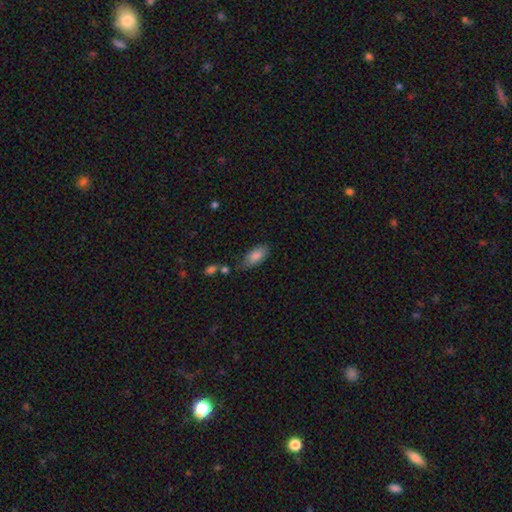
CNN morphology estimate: This is clearly a smooth galaxy (84%). How rounded: clearly in between (89%). Merging: likely none (60%).